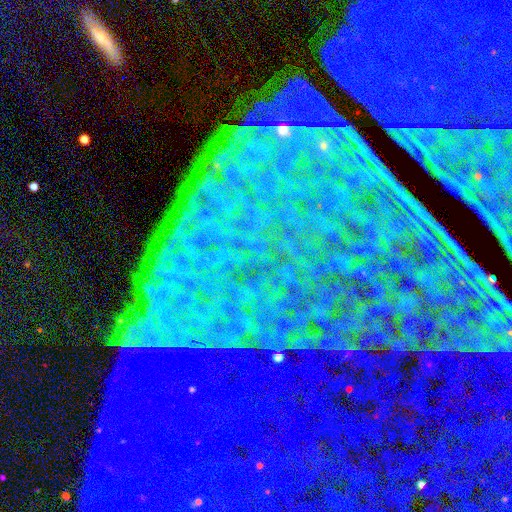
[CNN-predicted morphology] A star or artifact, not a galaxy (87%).